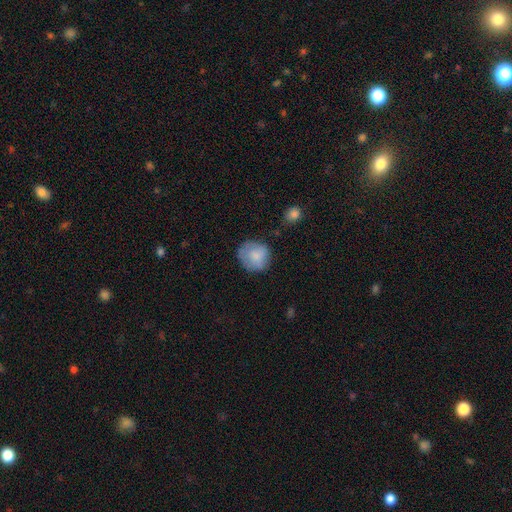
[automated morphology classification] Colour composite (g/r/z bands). It shows a smooth galaxy with no disk features (77%) that is round (87%). Merging: none (70%).